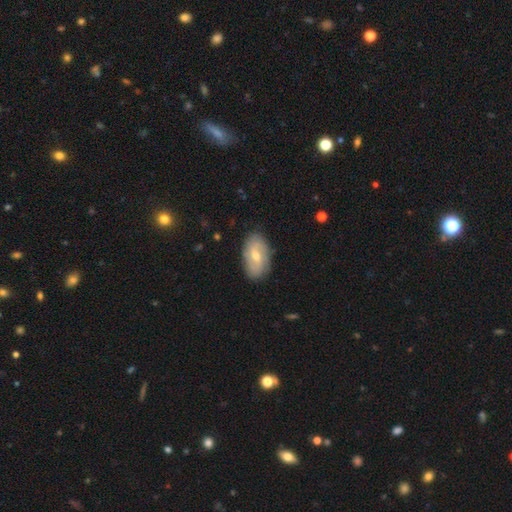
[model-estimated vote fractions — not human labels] smooth_or_featured: featured or disk (p=0.54) [alt: smooth p=0.39]
disk_edge_on: no (p=0.92) [alt: yes p=0.08]
merging: none (p=0.84) [alt: minor disturbance p=0.12]